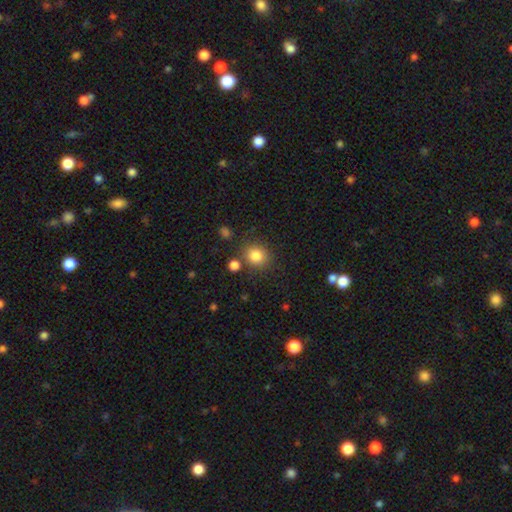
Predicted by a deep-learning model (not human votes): The model was most divided on "how rounded": round: 78%, in between: 21%, cigar-shaped: 1%. More confident: smooth or featured — smooth (83%); merging — none (78%).